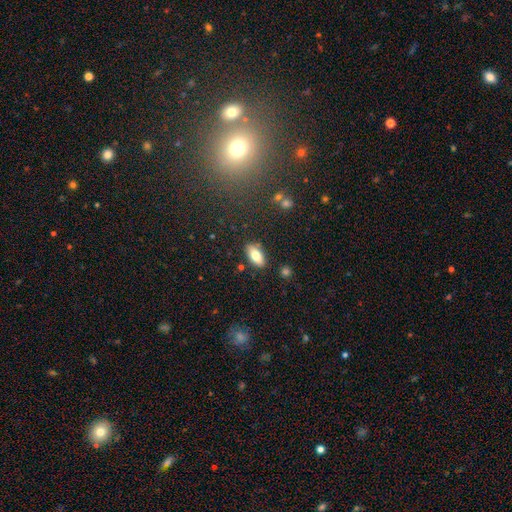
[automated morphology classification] Smooth or featured? smooth (75%)
How rounded? in between (87%)
Merging? none (85%)